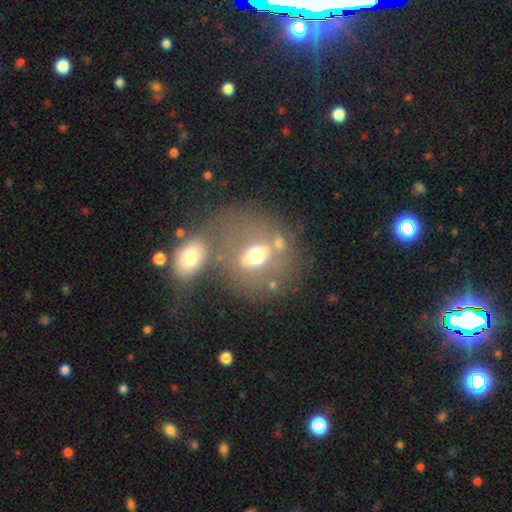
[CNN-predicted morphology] Smooth or featured: smooth — 44% (featured or disk — 42%)
Merging: none — 47% (merger — 30%)